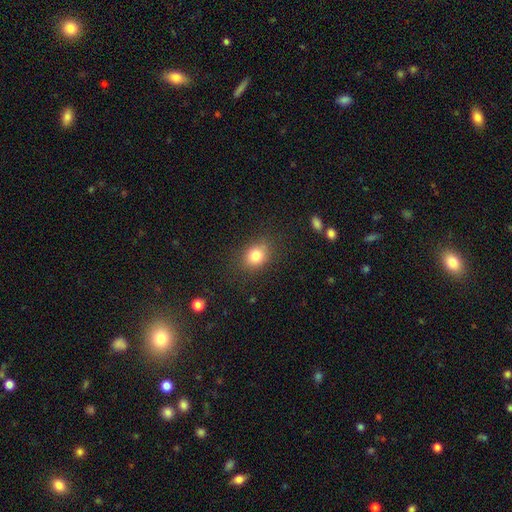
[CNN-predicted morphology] smooth-or-featured: smooth: 81% | star or artifact: 11% | featured or disk: 8%
  how-rounded: round: 51% | in between: 48% | cigar-shaped: 1%
  merging: none: 81% | minor disturbance: 13% | major disturbance: 4% | merger: 2%